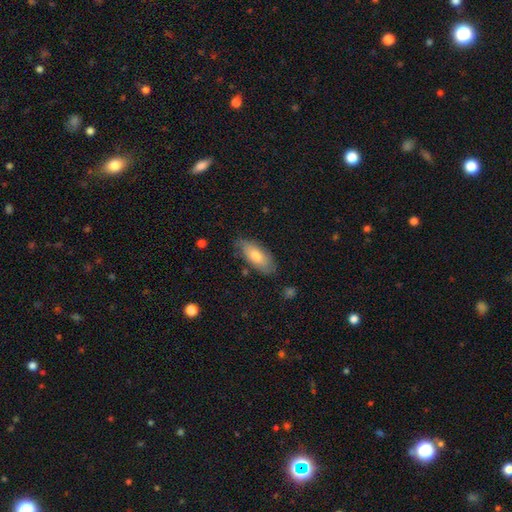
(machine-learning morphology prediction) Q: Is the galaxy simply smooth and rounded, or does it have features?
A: smooth — 72%.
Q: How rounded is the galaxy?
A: in between — 85%.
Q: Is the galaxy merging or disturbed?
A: none — 76%.